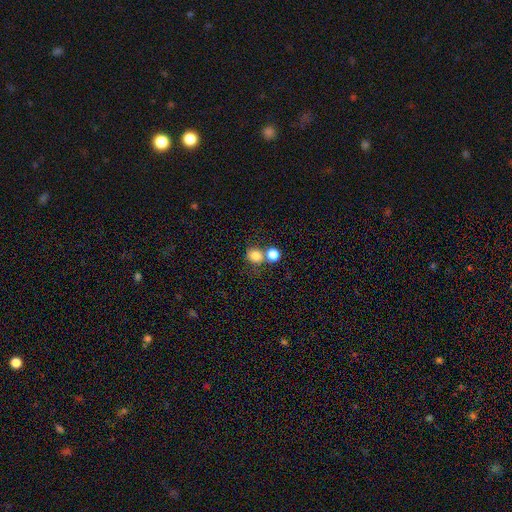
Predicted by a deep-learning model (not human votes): Q: Smooth or featured?
A: smooth (81%); runner-up: star or artifact (12%)
Q: How rounded?
A: round (79%); runner-up: in between (20%)
Q: Merging?
A: none (54%); runner-up: merger (33%)